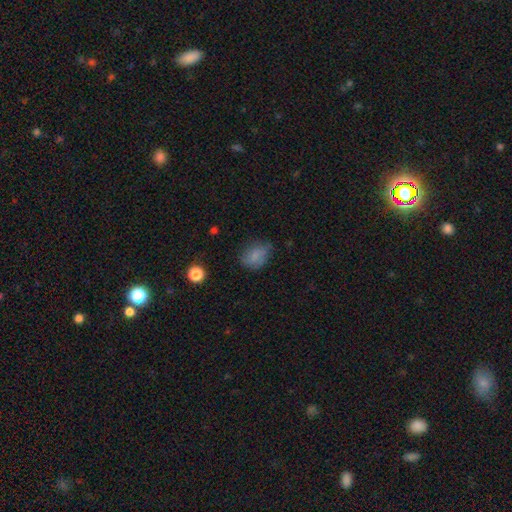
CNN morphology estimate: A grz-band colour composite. It shows a smooth galaxy with no disk features (75%) that is in between round and cigar-shaped (66%). Merging: none (56%).